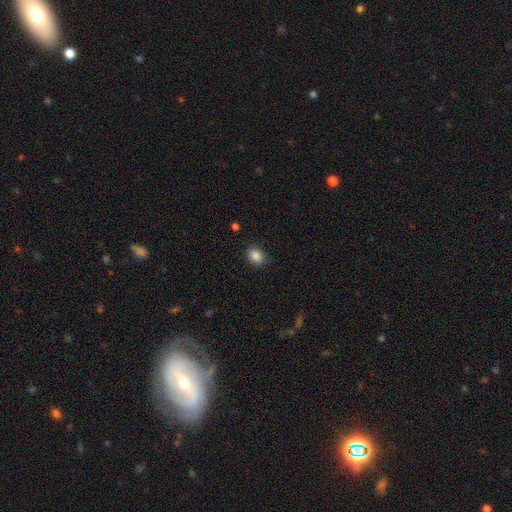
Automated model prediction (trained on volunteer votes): This appears to be a smooth galaxy with no disk features (87%) that is round (53%). Merging: none (88%).